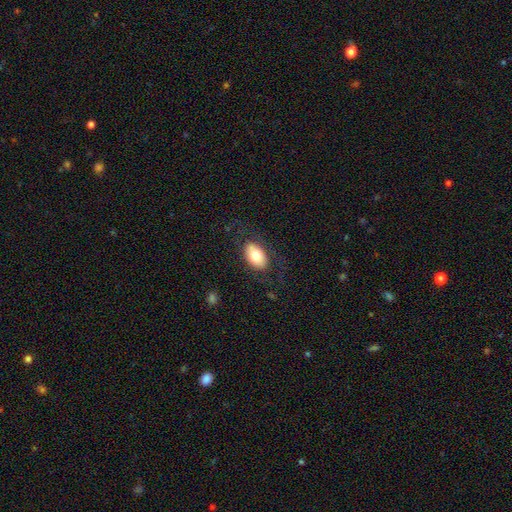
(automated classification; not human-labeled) A smooth galaxy with no disk features (74%) that is in between round and cigar-shaped (93%). Merging: none (75%).